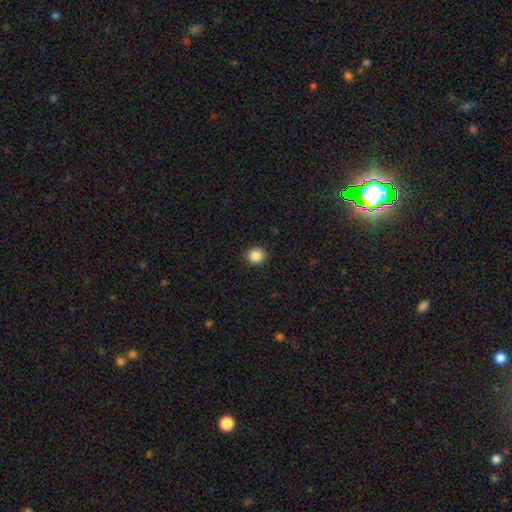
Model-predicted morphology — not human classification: Smooth or featured? smooth (87%)
How rounded? round (86%)
Merging? none (92%)